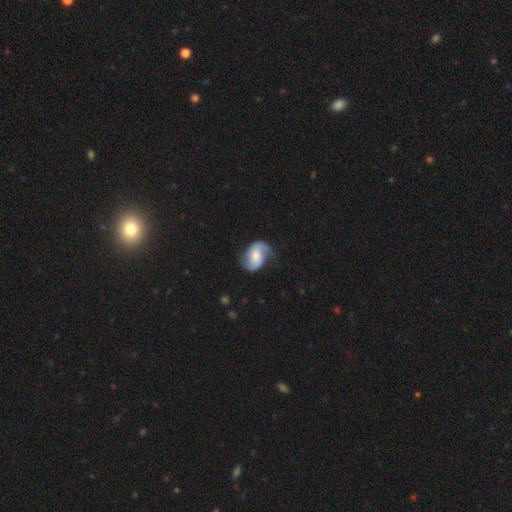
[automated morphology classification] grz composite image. It shows a featured or disk galaxy (68%) with no bar (45%), 2 (85%) loose (42%) spiral arms (92%) and a moderate central bulge (47%). Merging: none (63%).